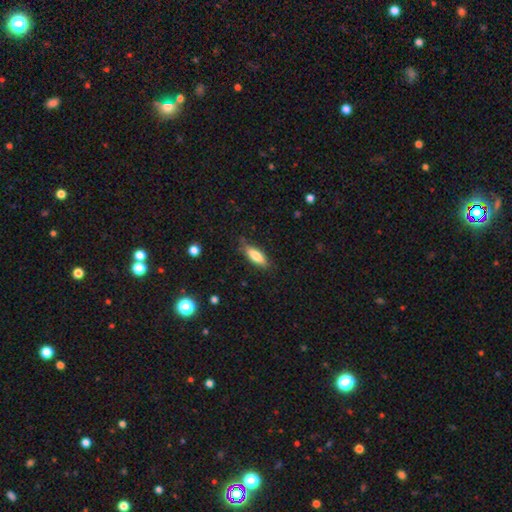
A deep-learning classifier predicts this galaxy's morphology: Smooth or featured?
  - smooth: 80% *
  - featured or disk: 14%
  - star or artifact: 6%
How rounded?
  - in between: 61% *
  - cigar-shaped: 37%
  - round: 2%
Merging?
  - none: 80% *
  - minor disturbance: 16%
  - major disturbance: 3%
  - merger: 1%